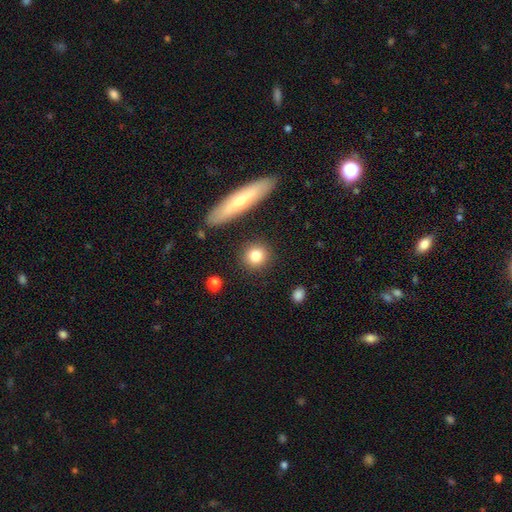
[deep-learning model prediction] A smooth galaxy with no disk features (81%) that is round (86%).

Vote fractions:
- Smooth or featured? smooth: 81% / featured or disk: 10% / star or artifact: 8%
- How rounded? round: 86% / in between: 11% / cigar-shaped: 3%
- Merging? none: 89% / minor disturbance: 6% / merger: 3% / major disturbance: 2%